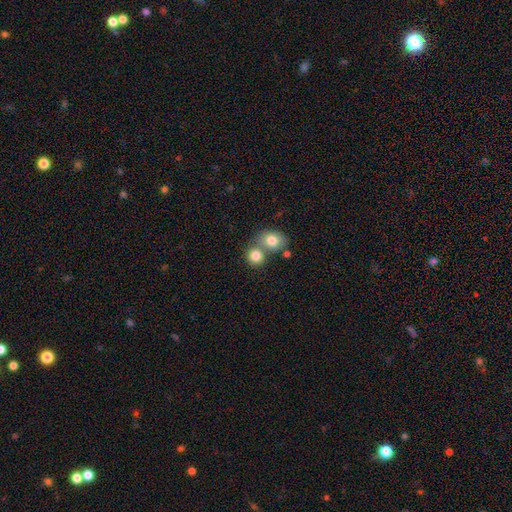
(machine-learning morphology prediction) This appears to be a smooth galaxy with no disk features (81%) that is round (76%). Merging: merger (48%).